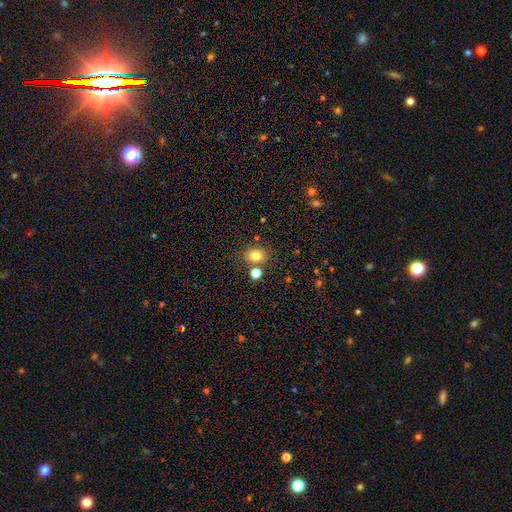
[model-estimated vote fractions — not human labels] Smooth or featured? smooth (78%)
How rounded? round (54%)
Merging? none (75%)